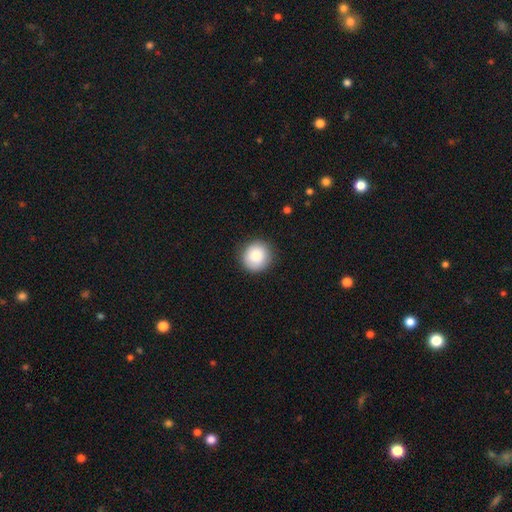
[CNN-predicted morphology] Smooth or featured? Predicted: smooth (p=0.85). How rounded? Predicted: round (p=0.92). Merging? Predicted: none (p=0.88).